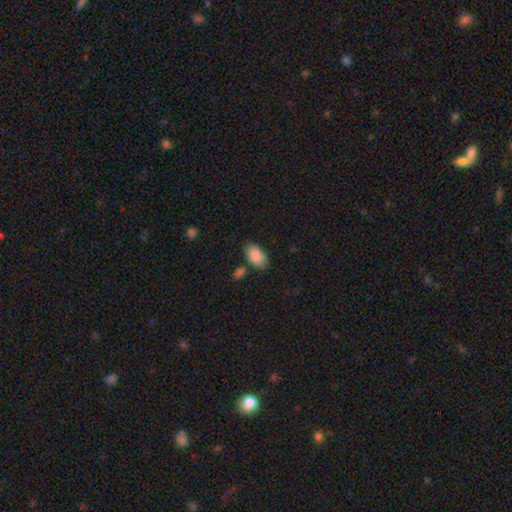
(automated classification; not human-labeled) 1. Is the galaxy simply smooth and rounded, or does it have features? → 89% smooth, 6% star or artifact, 5% featured or disk.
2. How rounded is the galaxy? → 94% in between, 4% round, 2% cigar-shaped.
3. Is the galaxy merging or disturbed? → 73% none, 15% minor disturbance, 8% merger, 4% major disturbance.